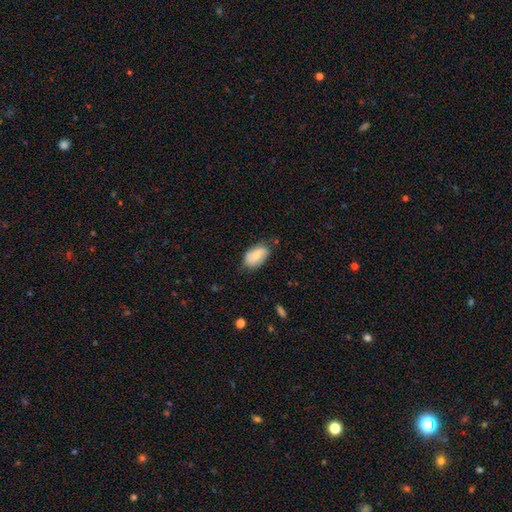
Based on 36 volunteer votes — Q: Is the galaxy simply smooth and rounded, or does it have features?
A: smooth — 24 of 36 (67%).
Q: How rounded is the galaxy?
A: in between — 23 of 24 (96%).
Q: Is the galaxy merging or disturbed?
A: none — 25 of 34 (74%).